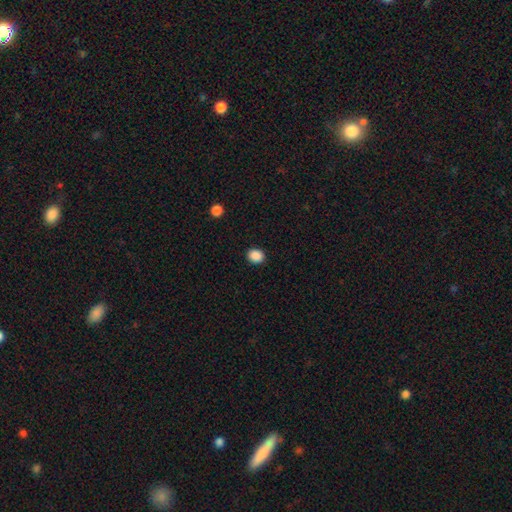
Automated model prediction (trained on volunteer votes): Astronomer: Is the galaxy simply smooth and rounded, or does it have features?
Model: smooth — 88%.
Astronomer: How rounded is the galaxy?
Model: round — 58% (runner-up: in between, 42%).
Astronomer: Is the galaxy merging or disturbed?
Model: none — 91%.